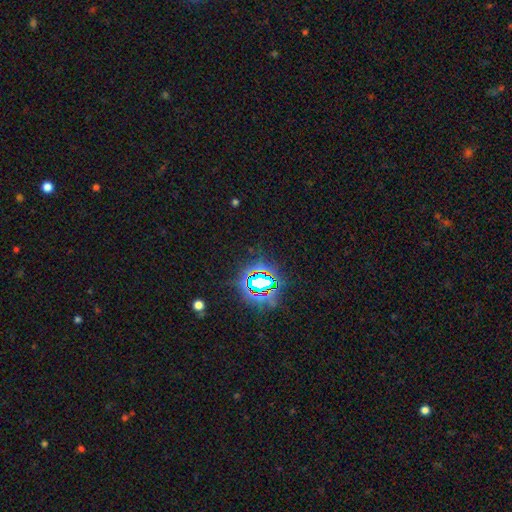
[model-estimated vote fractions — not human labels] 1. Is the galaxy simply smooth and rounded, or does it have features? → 82% star or artifact, 11% smooth, 7% featured or disk.